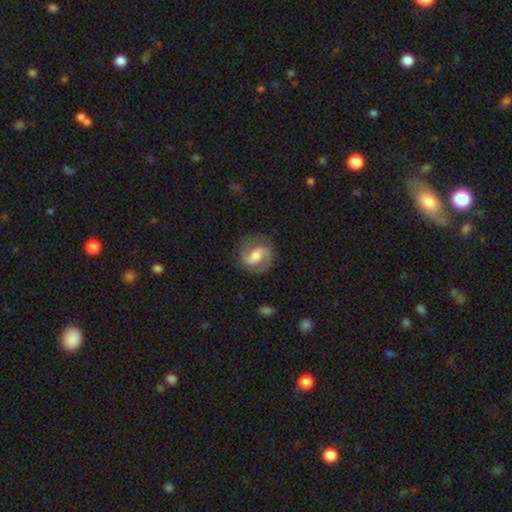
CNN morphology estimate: Q: Smooth or featured?
A: featured or disk (79%); runner-up: smooth (15%)
Q: Edge-on disk?
A: no (97%); runner-up: yes (3%)
Q: Bar?
A: weak (49%); runner-up: strong (29%)
Q: Spiral arms?
A: yes (94%); runner-up: no (6%)
Q: Spiral winding?
A: medium (52%); runner-up: loose (25%)
Q: Spiral arm count?
A: 2 (89%); runner-up: can't tell (4%)
Q: Bulge size?
A: moderate (57%); runner-up: small (24%)
Q: Merging?
A: none (79%); runner-up: minor disturbance (13%)